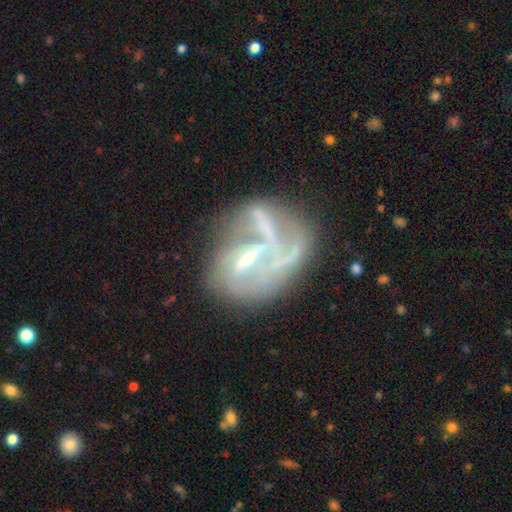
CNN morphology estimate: A featured or disk galaxy (72%) with a weak bar (39%), spiral arms (58%) and no central bulge (38%).

Vote fractions:
- Smooth or featured? featured or disk: 72% / smooth: 17% / star or artifact: 11%
- Edge-on disk? no: 97% / yes: 3%
- Bar? weak: 39% / no: 34% / strong: 27%
- Spiral arms? yes: 58% / no: 42%
- Bulge size? none: 38% / small: 33% / moderate: 24% / large: 3% / dominant: 1%
- Merging? major disturbance: 36% / none: 34% / minor disturbance: 19% / merger: 11%